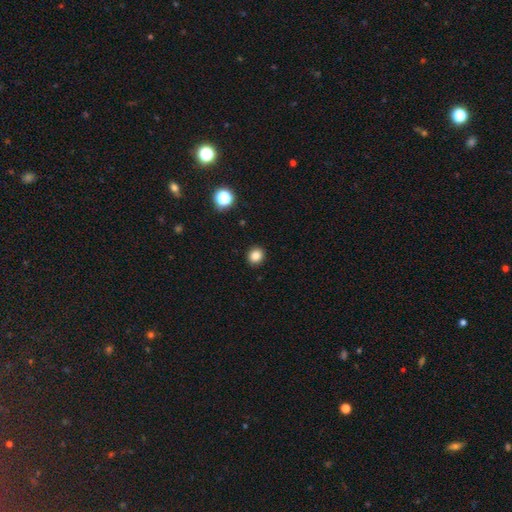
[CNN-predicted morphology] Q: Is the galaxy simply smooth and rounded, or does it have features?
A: smooth — 84%.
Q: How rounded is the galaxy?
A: round — 85%.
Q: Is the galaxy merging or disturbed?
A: none — 92%.